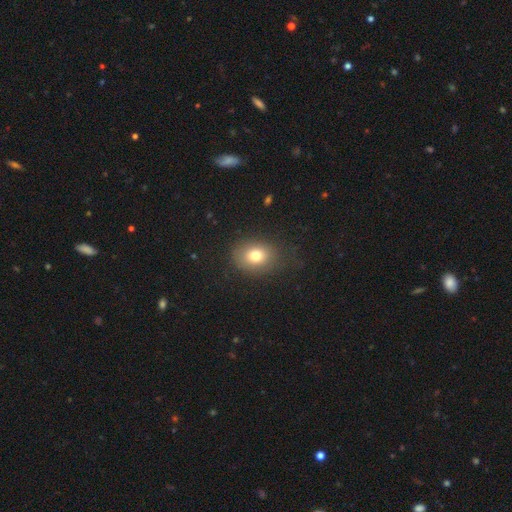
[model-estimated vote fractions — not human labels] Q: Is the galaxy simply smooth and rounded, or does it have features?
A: smooth — 75%.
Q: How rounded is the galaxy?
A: round — 50%.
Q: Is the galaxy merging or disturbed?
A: none — 79%.